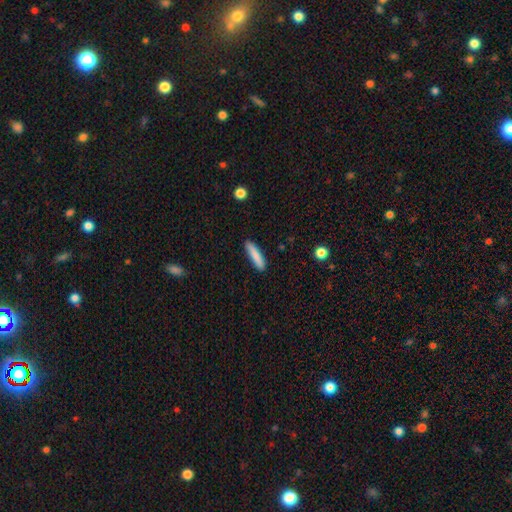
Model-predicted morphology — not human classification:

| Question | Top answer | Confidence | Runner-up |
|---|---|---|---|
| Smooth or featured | smooth | 85% | featured or disk (9%) |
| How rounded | cigar-shaped | 83% | in between (16%) |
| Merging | none | 88% | minor disturbance (9%) |